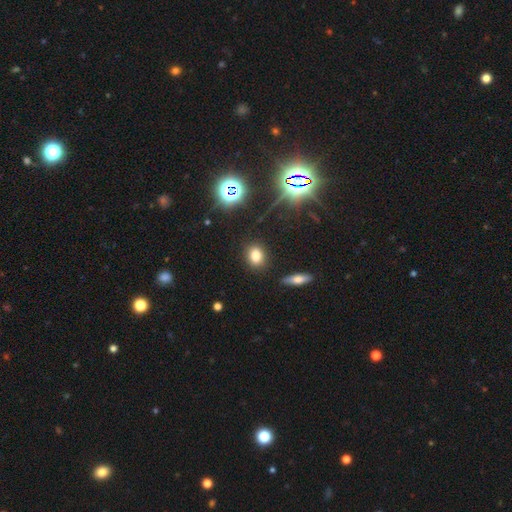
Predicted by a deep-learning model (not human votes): Overall: smooth (75%). How rounded: in between (55%; round 42%). Merging: none (87%).